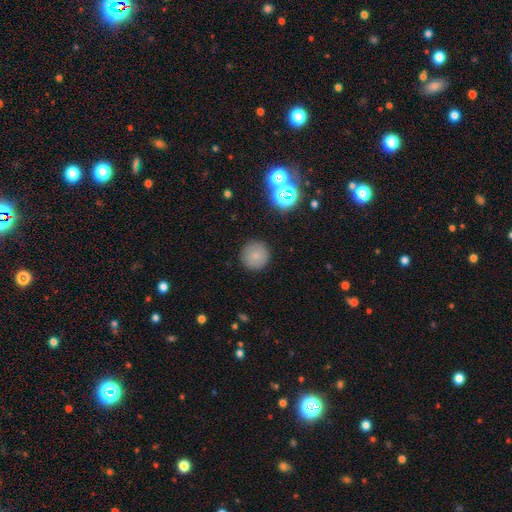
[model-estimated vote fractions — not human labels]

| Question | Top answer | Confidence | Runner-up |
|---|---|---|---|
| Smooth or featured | smooth | 79% | star or artifact (13%) |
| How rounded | round | 95% | in between (4%) |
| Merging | none | 90% | minor disturbance (7%) |